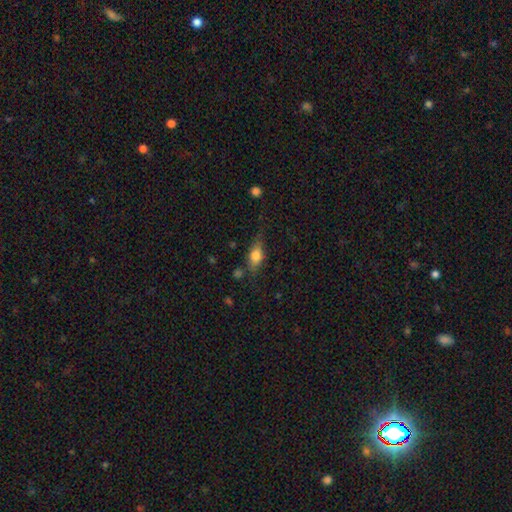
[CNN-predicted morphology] A smooth galaxy with no disk features (71%) that is in between round and cigar-shaped (76%).

Vote fractions:
- Smooth or featured? smooth: 71% / featured or disk: 21% / star or artifact: 8%
- How rounded? in between: 76% / cigar-shaped: 15% / round: 9%
- Merging? none: 64% / minor disturbance: 24% / major disturbance: 8% / merger: 4%